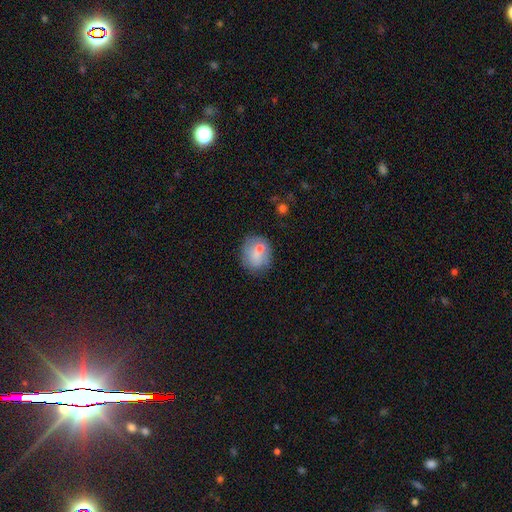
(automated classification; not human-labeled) The model was most divided on "how rounded": round: 58%, in between: 41%, cigar-shaped: 1%. More confident: smooth or featured — smooth (67%); merging — none (52%).